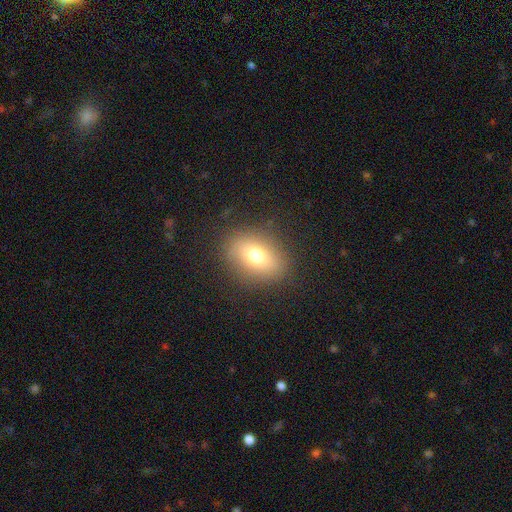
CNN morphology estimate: type=smooth (71%); roundness=in between (70%); merging=none (86%).